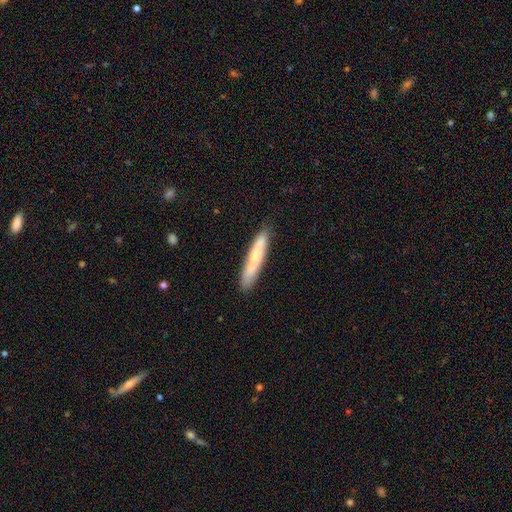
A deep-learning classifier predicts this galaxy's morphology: Overall: smooth (60%; featured or disk 34%). How rounded: cigar-shaped (92%). Merging: none (86%).